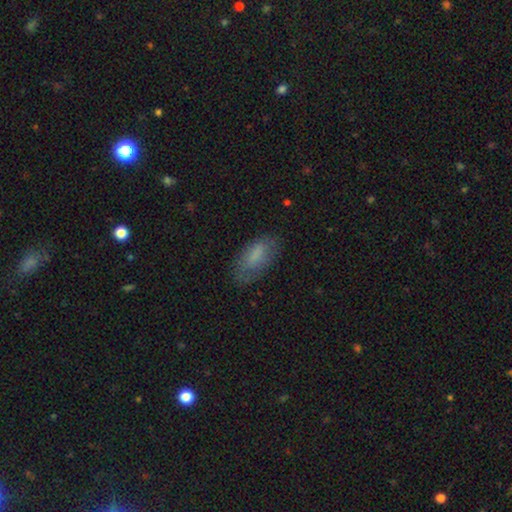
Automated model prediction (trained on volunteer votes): This appears to be a smooth galaxy with no disk features (73%) that is in between round and cigar-shaped (86%). Merging: none (69%).